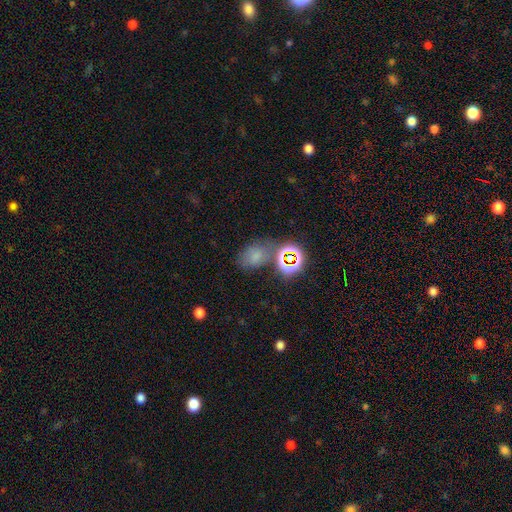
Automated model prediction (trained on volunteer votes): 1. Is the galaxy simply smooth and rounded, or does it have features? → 59% smooth, 28% star or artifact, 13% featured or disk.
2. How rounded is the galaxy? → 68% in between, 31% round, 1% cigar-shaped.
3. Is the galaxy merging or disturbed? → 55% none, 20% minor disturbance, 14% merger, 10% major disturbance.